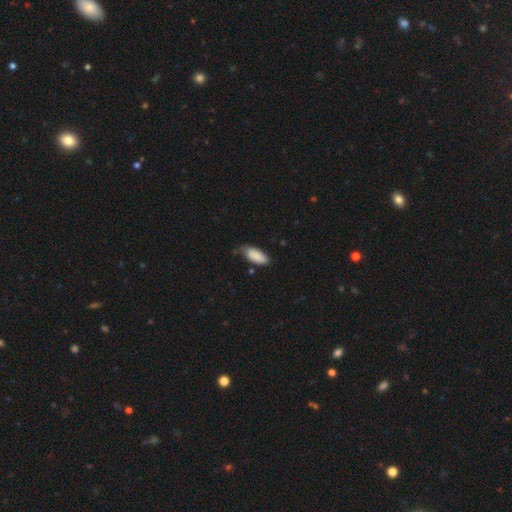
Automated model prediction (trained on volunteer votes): Smooth or featured? Predicted: smooth (p=0.88). How rounded? Predicted: in between (p=0.87). Merging? Predicted: none (p=0.60).